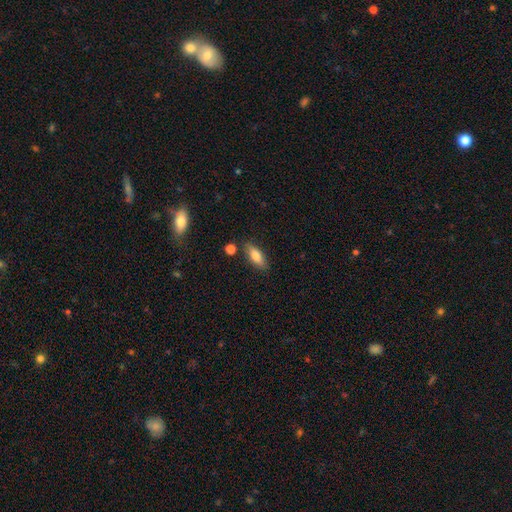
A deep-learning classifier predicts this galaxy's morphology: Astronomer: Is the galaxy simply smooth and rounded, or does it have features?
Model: smooth — 79%.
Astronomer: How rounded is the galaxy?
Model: in between — 72%.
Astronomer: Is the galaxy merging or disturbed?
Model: none — 81%.